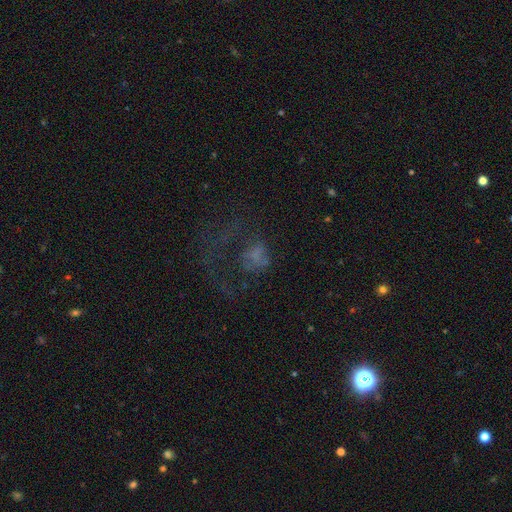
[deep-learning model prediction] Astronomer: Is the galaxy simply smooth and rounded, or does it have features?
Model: smooth — 39% (runner-up: featured or disk, 36%).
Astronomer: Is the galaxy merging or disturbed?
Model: major disturbance — 57%.